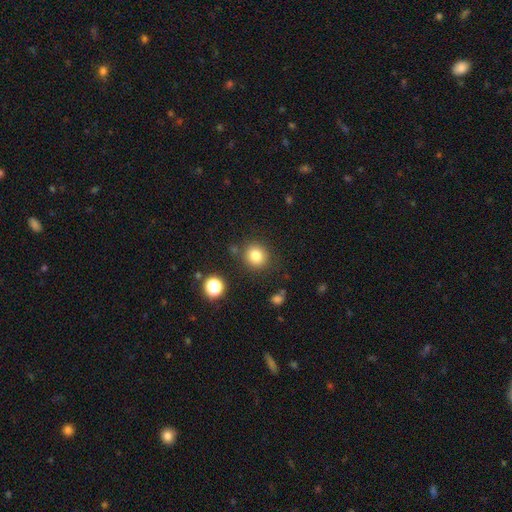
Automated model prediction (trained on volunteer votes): Morphology: type=smooth (82%); roundness=round (86%); merging=none (84%).